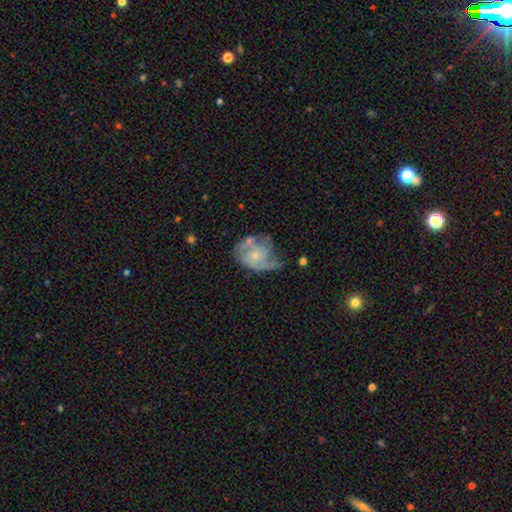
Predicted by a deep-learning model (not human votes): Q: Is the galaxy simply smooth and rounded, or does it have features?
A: featured or disk — 72%.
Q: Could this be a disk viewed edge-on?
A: no — 97%.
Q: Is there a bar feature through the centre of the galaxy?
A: no — 76%.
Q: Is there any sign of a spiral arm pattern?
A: yes — 80%.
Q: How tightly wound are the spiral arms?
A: medium — 40%.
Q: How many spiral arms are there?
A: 2 — 31%.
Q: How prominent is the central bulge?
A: small — 65%.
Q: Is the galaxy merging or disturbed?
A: none — 35%.